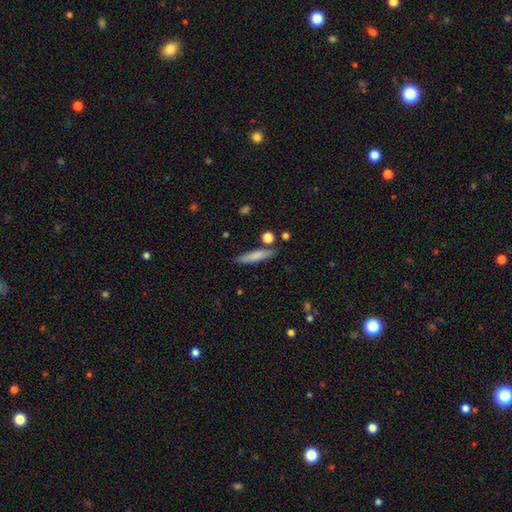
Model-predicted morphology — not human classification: smooth_or_featured: smooth (p=0.75) [alt: featured or disk p=0.18]
how_rounded: cigar-shaped (p=0.86) [alt: in between p=0.12]
merging: none (p=0.82) [alt: minor disturbance p=0.11]